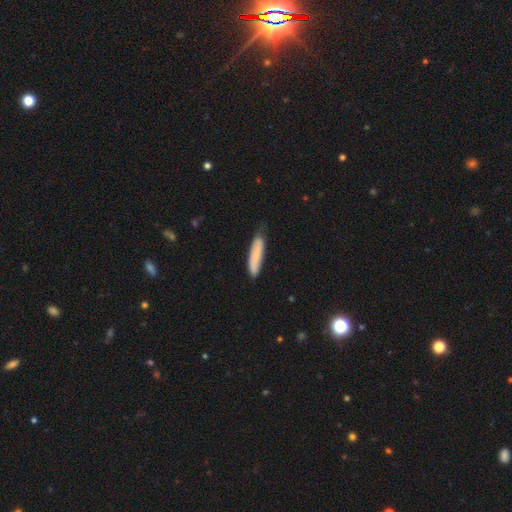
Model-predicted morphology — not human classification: The model was most divided on "merging": none: 67%, minor disturbance: 27%, major disturbance: 4%, merger: 2%. More confident: smooth or featured — smooth (79%); how rounded — cigar-shaped (78%).